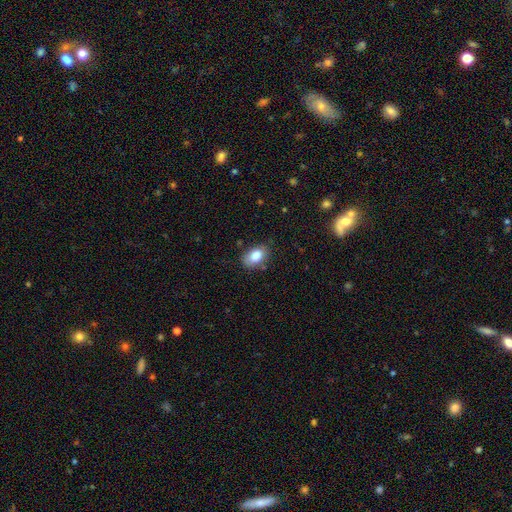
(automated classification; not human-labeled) This appears to be a smooth galaxy with no disk features (84%) that is in between round and cigar-shaped (87%). Merging: none (76%).